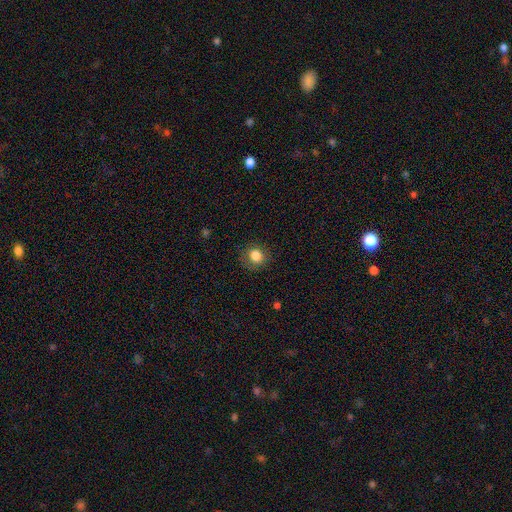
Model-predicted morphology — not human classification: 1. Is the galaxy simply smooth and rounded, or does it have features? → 83% smooth, 10% star or artifact, 7% featured or disk.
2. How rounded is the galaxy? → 82% round, 17% in between, 1% cigar-shaped.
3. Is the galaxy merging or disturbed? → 84% none, 11% minor disturbance, 4% major disturbance, 1% merger.